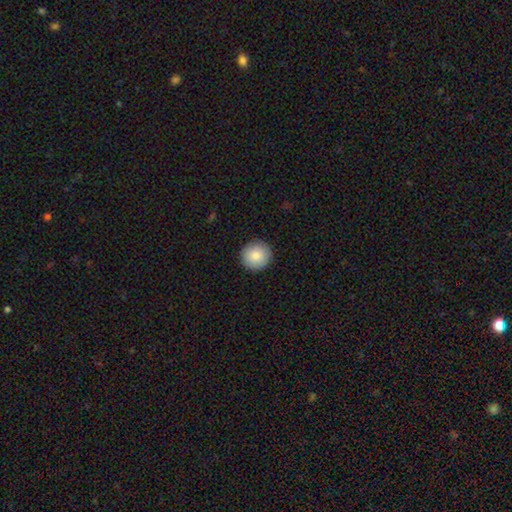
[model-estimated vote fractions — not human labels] smooth-or-featured: smooth: 84% | featured or disk: 8% | star or artifact: 8%
  how-rounded: round: 94% | in between: 5% | cigar-shaped: 1%
  merging: none: 91% | minor disturbance: 6% | major disturbance: 2% | merger: 1%